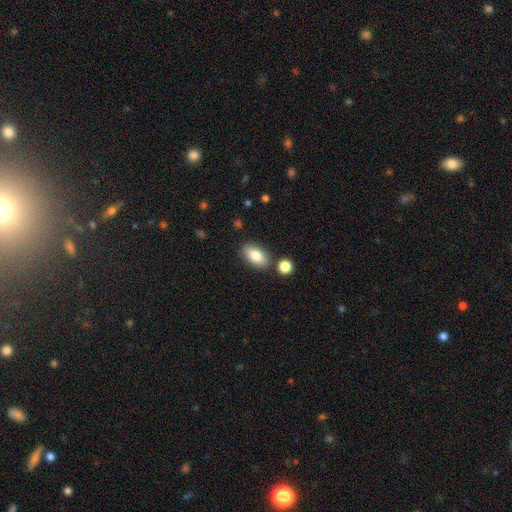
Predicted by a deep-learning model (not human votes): A smooth galaxy with no disk features (82%) that is in between round and cigar-shaped (92%). Merging: none (80%).